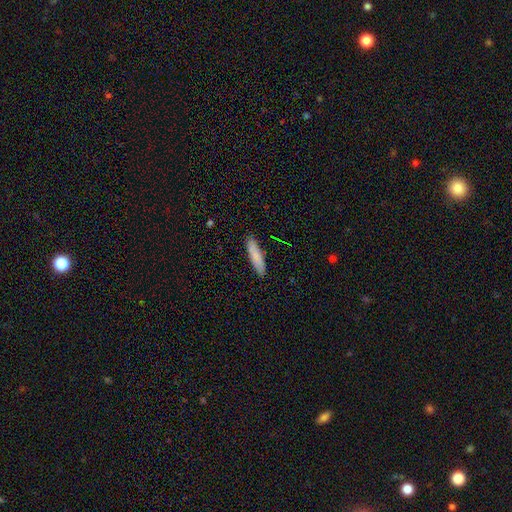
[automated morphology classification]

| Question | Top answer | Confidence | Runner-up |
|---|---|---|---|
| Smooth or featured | smooth | 81% | featured or disk (12%) |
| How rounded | cigar-shaped | 75% | in between (24%) |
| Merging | none | 88% | minor disturbance (9%) |